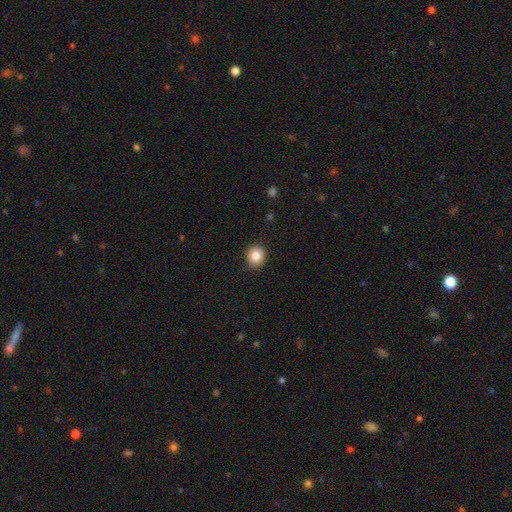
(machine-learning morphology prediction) The model was most divided on "how rounded": round: 86%, in between: 14%, cigar-shaped: 1%. More confident: merging — none (91%); smooth or featured — smooth (86%).